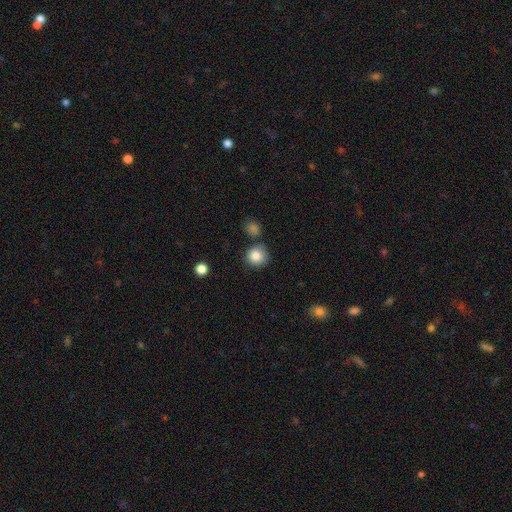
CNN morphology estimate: Smooth or featured? Predicted: smooth (p=0.86). How rounded? Predicted: round (p=0.90). Merging? Predicted: none (p=0.75).